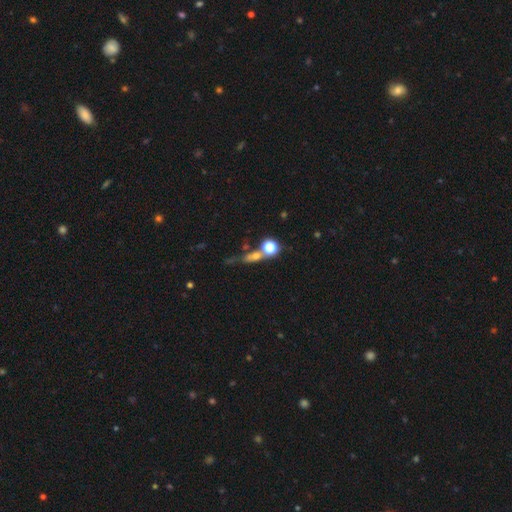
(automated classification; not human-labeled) Morphology: type=smooth (52%); roundness=round (48%); merging=none (49%).